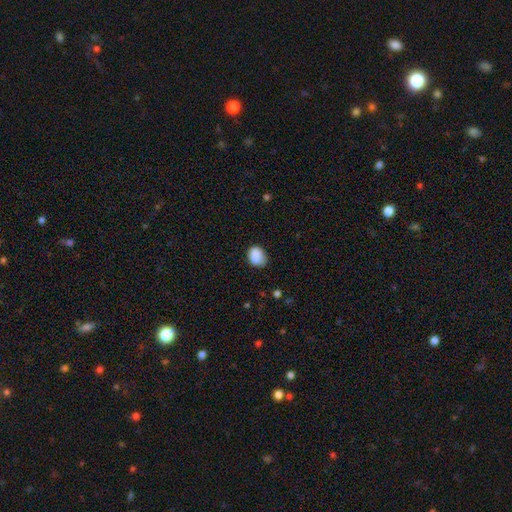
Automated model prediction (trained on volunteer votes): smooth_or_featured: smooth (p=0.83) [alt: star or artifact p=0.09]
how_rounded: in between (p=0.55) [alt: round p=0.44]
merging: none (p=0.64) [alt: minor disturbance p=0.23]